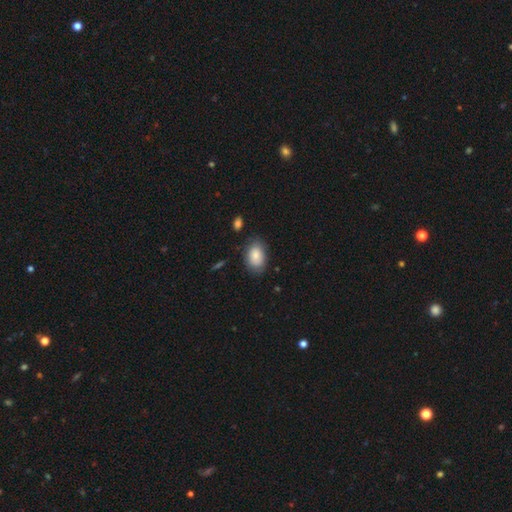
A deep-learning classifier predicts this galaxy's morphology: Smooth or featured: smooth — 82% (featured or disk — 11%)
How rounded: in between — 86% (round — 13%)
Merging: none — 74% (minor disturbance — 19%)